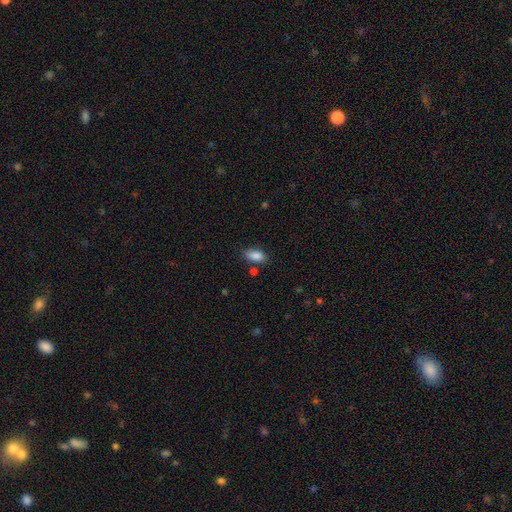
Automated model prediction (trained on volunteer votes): Morphology: type=smooth (87%); roundness=in between (91%); merging=none (78%).